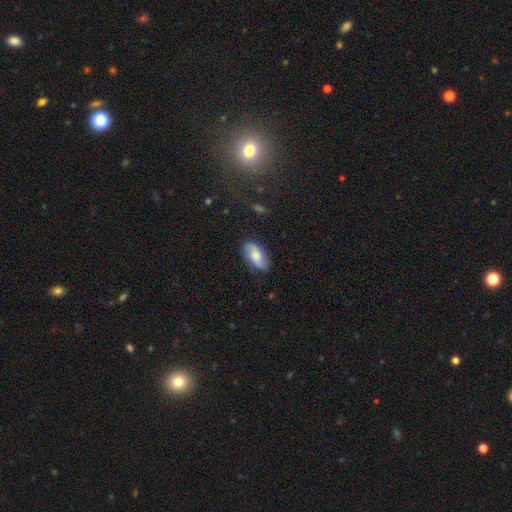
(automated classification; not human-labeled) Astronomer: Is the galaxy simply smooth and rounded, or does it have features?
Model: smooth — 50% (runner-up: featured or disk, 42%).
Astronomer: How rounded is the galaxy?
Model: in between — 89%.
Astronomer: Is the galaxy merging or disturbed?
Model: none — 80%.